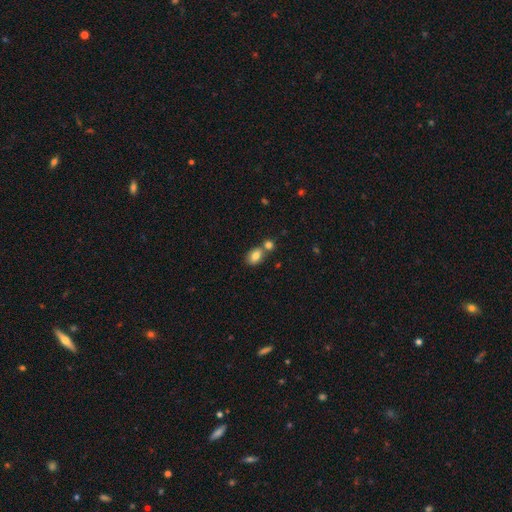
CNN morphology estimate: Smooth or featured?
  - smooth: 80% *
  - featured or disk: 10%
  - star or artifact: 9%
How rounded?
  - in between: 80% *
  - round: 18%
  - cigar-shaped: 2%
Merging?
  - none: 52% *
  - merger: 34%
  - minor disturbance: 11%
  - major disturbance: 3%